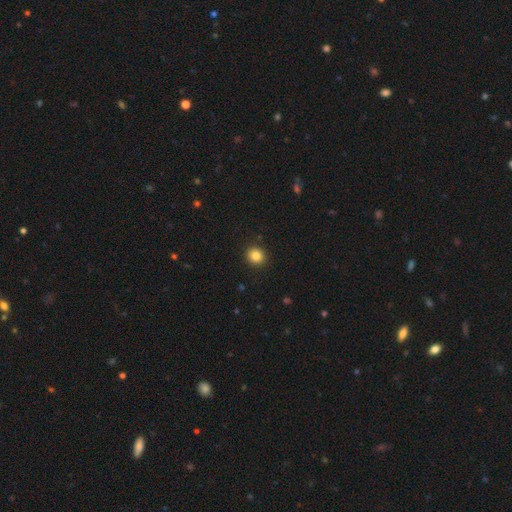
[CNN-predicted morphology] type=smooth (85%); roundness=round (86%); merging=none (92%).